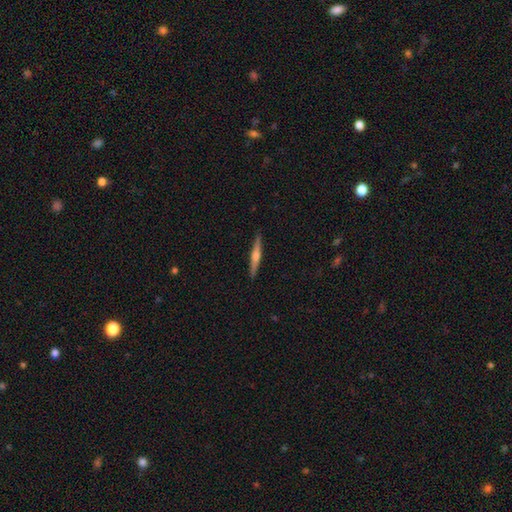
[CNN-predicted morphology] A featured or disk galaxy (68%) viewed edge-on (98%) with a rounded central bulge (88%). Merging: none (92%).